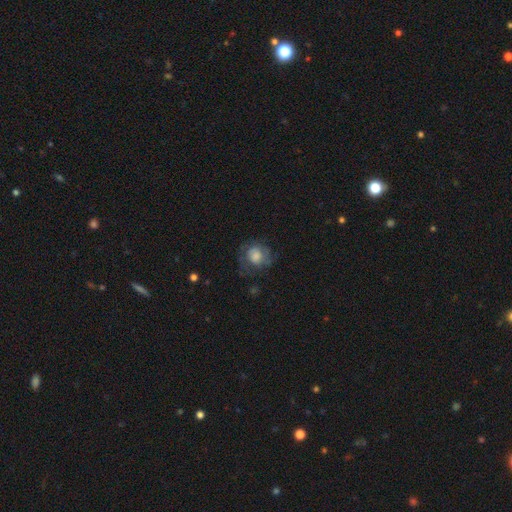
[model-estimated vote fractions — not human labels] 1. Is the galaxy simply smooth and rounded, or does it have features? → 49% smooth, 41% featured or disk, 11% star or artifact.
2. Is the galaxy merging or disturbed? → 59% none, 22% minor disturbance, 19% major disturbance, 1% merger.